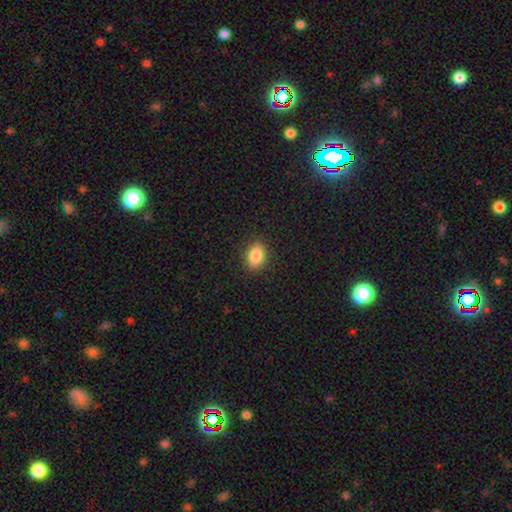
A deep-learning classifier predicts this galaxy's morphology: Smooth or featured? Predicted: smooth (p=0.86). How rounded? Predicted: in between (p=0.74). Merging? Predicted: none (p=0.89).